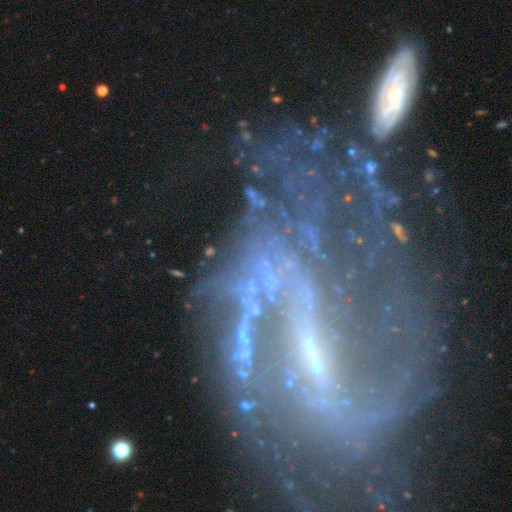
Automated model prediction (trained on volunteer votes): This is clearly a featured or disk galaxy (82%). It is clearly not viewed edge-on (95%). Bar: possibly strong (50%). Spiral arm pattern: clearly yes (81%). Spiral arm count: possibly 2 (48%). Spiral winding: marginally loose (42%). Central bulge: possibly small (59%). Merging: marginally none (40%).